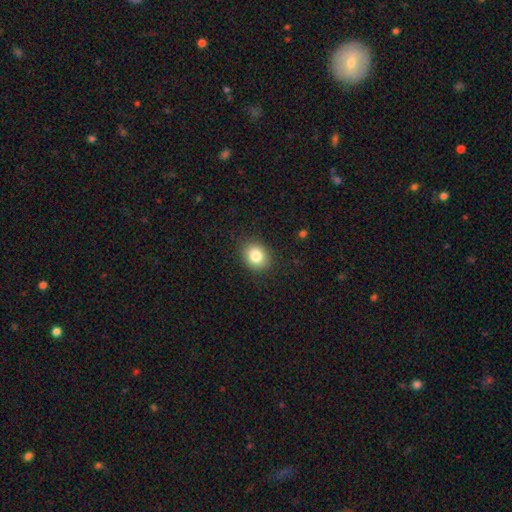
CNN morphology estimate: type=smooth (83%); roundness=round (53%); merging=none (87%).